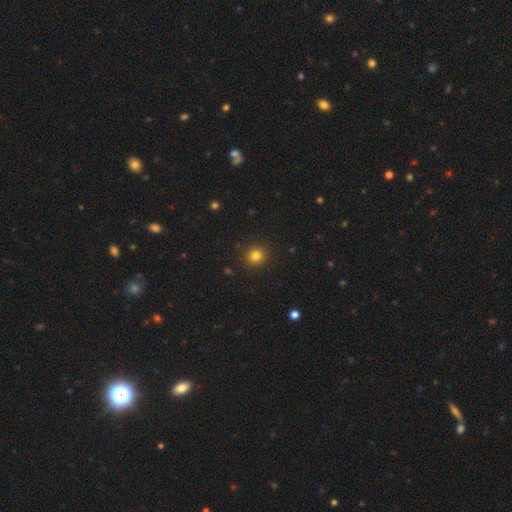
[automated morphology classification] type=smooth (82%); roundness=round (87%); merging=none (91%).